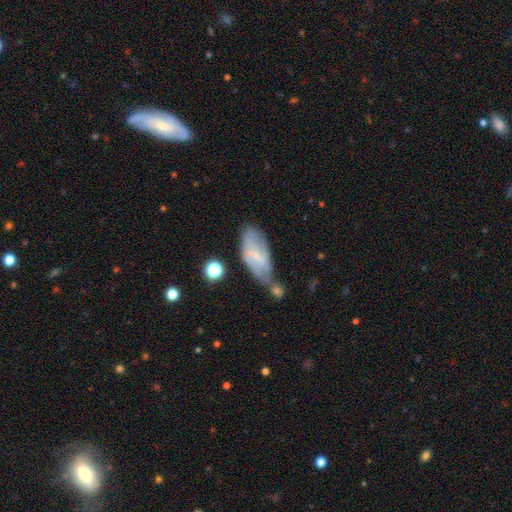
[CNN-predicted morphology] featured or disk 59%, smooth 33%, star or artifact 8%. Down the decision tree: edge-on disk — no (89%); bar — weak (48%); spiral arms — yes (76%); bulge size — small (69%); merging — none (37%).